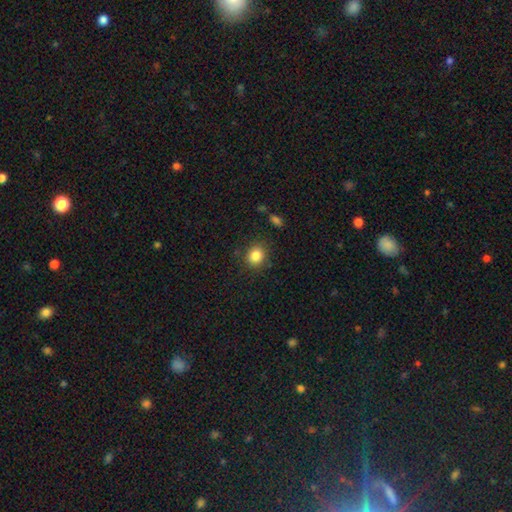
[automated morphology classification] smooth-or-featured: smooth: 85% | star or artifact: 10% | featured or disk: 5%
  how-rounded: round: 77% | in between: 22% | cigar-shaped: 1%
  merging: none: 83% | minor disturbance: 11% | major disturbance: 3% | merger: 2%